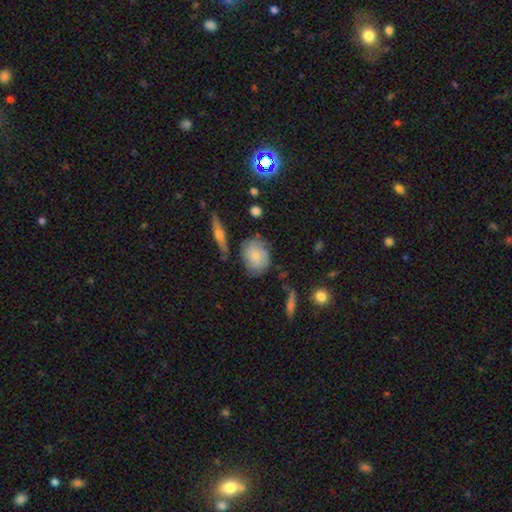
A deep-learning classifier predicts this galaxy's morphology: Q: Smooth or featured?
A: smooth (58%); runner-up: featured or disk (34%)
Q: How rounded?
A: round (58%); runner-up: in between (40%)
Q: Merging?
A: none (62%); runner-up: minor disturbance (25%)